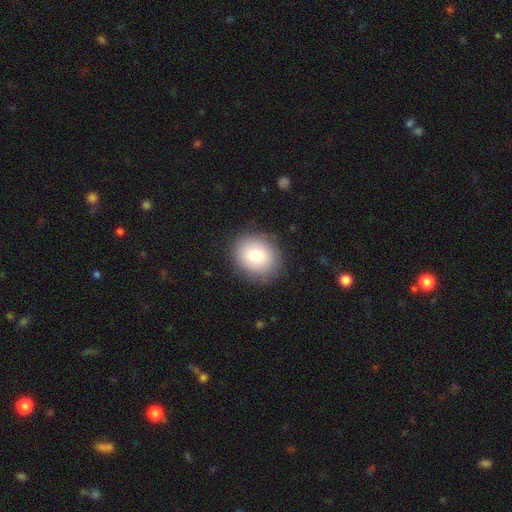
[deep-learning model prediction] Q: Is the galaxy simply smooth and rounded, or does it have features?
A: smooth — 78%.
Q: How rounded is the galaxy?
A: round — 70%.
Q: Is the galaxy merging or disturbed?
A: none — 87%.